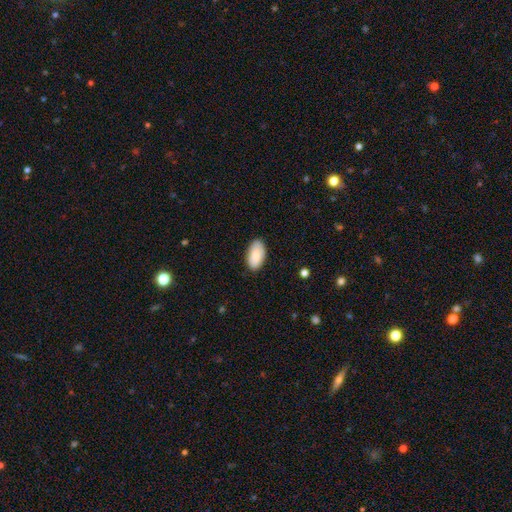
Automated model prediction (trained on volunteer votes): smooth_or_featured: smooth (p=0.83) [alt: featured or disk p=0.10]
how_rounded: in between (p=0.95) [alt: round p=0.03]
merging: none (p=0.83) [alt: minor disturbance p=0.14]